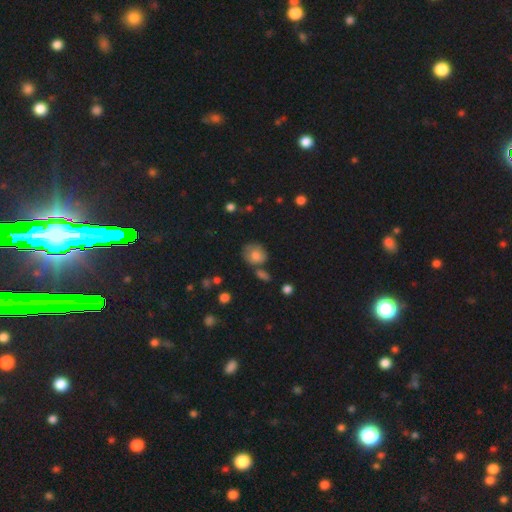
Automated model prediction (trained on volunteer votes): smooth-or-featured: smooth: 77% | featured or disk: 14% | star or artifact: 10%
  how-rounded: round: 66% | in between: 33% | cigar-shaped: 1%
  merging: none: 60% | minor disturbance: 21% | merger: 13% | major disturbance: 7%